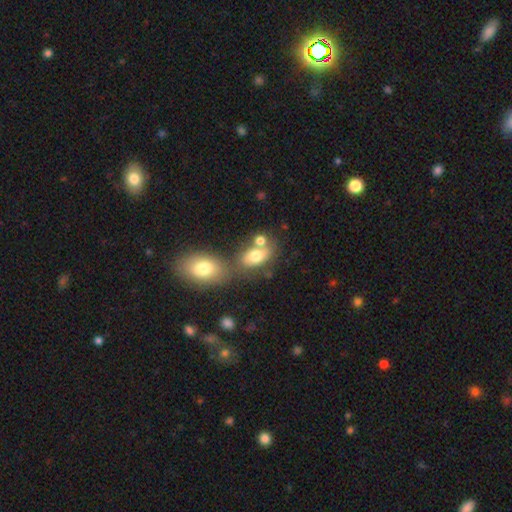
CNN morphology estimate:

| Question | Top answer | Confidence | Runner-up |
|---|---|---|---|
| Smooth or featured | smooth | 72% | featured or disk (19%) |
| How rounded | in between | 83% | round (14%) |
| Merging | none | 41% | merger (39%) |